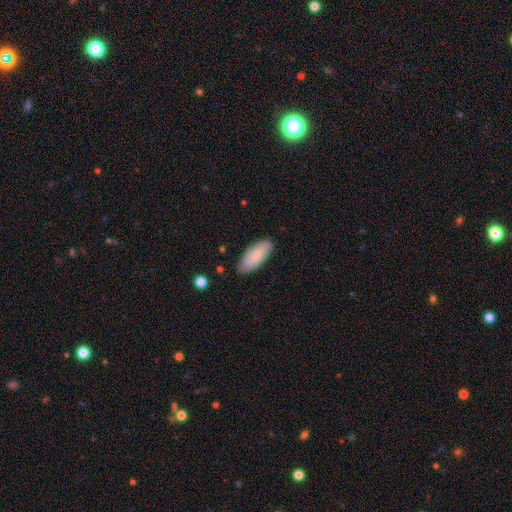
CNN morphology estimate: The model was most divided on "smooth or featured": smooth: 68%, featured or disk: 26%, star or artifact: 6%. More confident: how rounded — in between (86%); merging — none (77%).